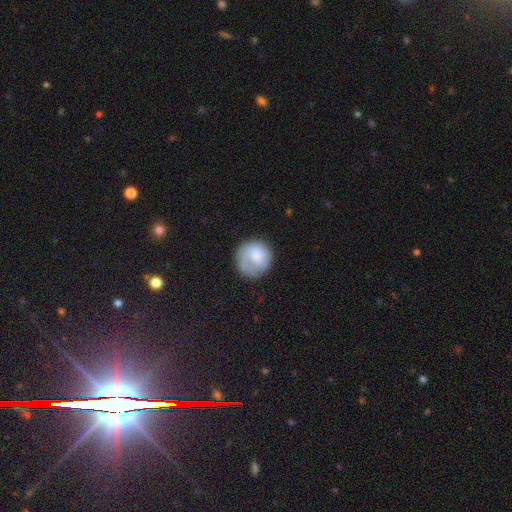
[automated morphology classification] smooth 70%, featured or disk 23%, star or artifact 7%. Down the decision tree: how rounded — round (88%); merging — none (63%).